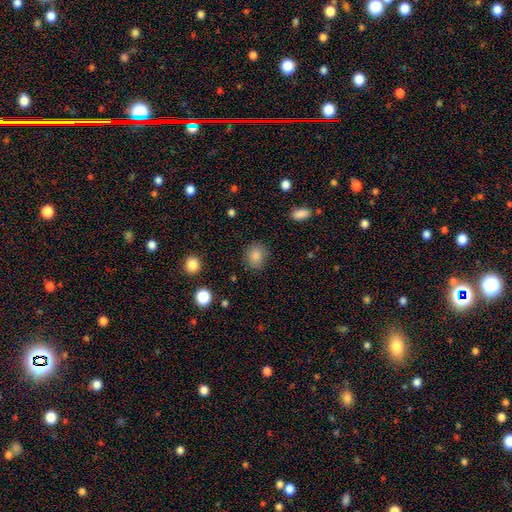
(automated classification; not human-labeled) Smooth or featured? smooth (85%)
How rounded? round (61%)
Merging? none (85%)